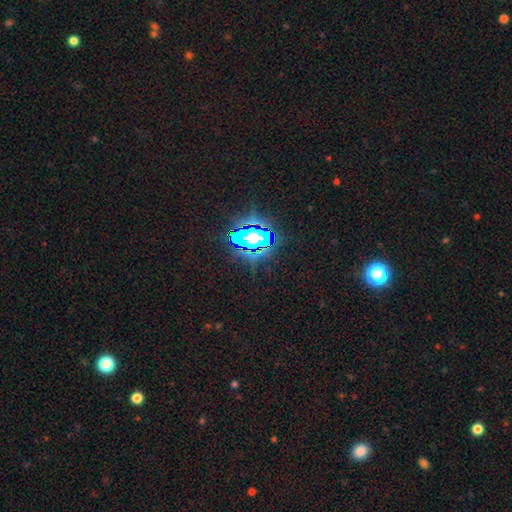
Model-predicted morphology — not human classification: Overall: star or artifact (76%).